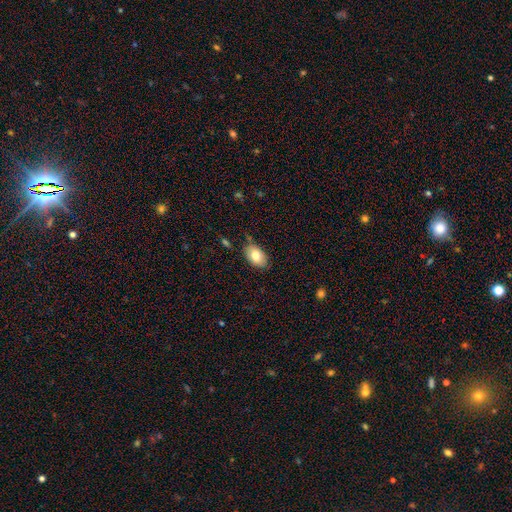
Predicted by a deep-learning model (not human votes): Smooth or featured? smooth (78%)
How rounded? in between (90%)
Merging? none (74%)